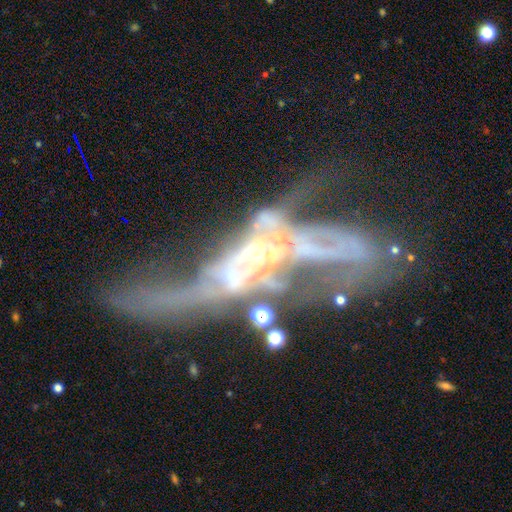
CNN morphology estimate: Overall: featured or disk (73%). Edge-on disk: no (79%). Bar: no (66%). Spiral arms: no (58%; yes 42%). Bulge size: moderate (34%, tied with small). Merging: major disturbance (42%; merger 41%).